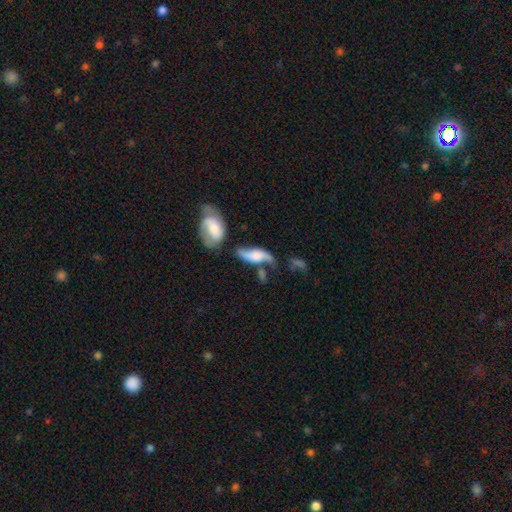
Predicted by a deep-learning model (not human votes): Morphology: type=featured or disk (61%); edge-on=no (80%); merging=none (41%).